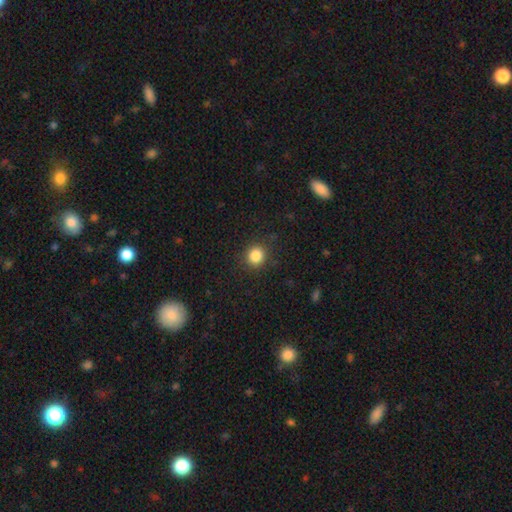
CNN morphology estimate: Q: Smooth or featured?
A: smooth (85%); runner-up: star or artifact (11%)
Q: How rounded?
A: round (87%); runner-up: in between (13%)
Q: Merging?
A: none (88%); runner-up: minor disturbance (8%)